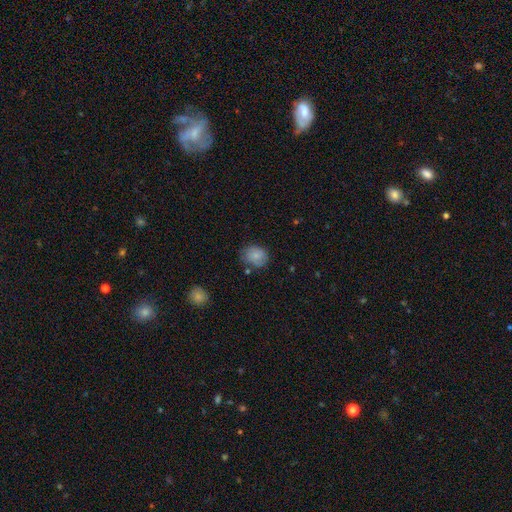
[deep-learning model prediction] Overall: smooth (79%). How rounded: round (60%; in between 39%). Merging: none (65%).